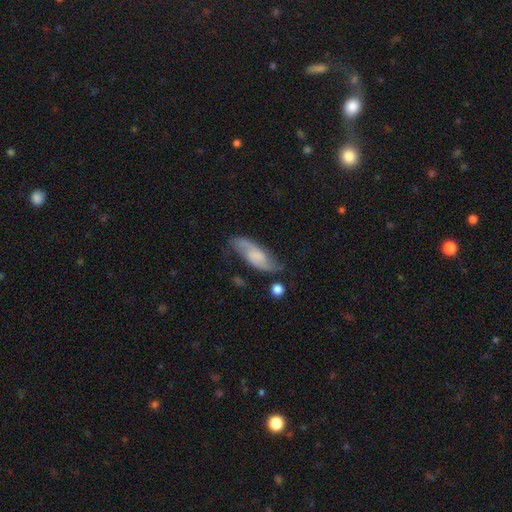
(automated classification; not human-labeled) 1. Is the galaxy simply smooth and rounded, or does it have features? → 61% featured or disk, 32% smooth, 7% star or artifact.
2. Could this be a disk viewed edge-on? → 87% no, 13% yes.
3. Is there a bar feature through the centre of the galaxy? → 49% no, 39% weak, 11% strong.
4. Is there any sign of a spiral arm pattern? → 91% yes, 9% no.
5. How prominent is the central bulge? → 39% none, 28% small, 21% moderate, 9% large, 2% dominant.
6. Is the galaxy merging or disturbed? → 62% none, 24% minor disturbance, 10% major disturbance, 4% merger.